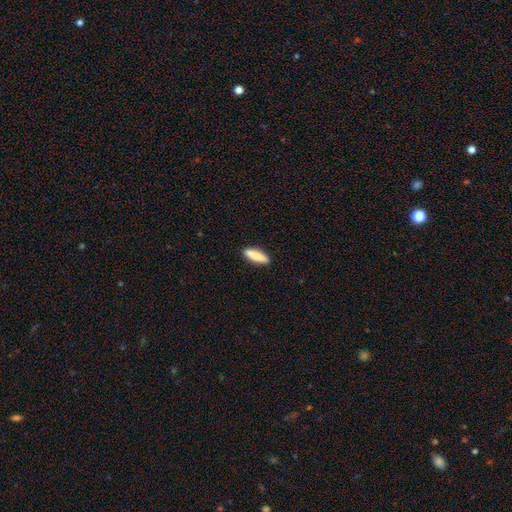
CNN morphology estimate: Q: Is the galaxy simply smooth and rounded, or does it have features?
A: smooth — 80%.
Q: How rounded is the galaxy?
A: cigar-shaped — 75%.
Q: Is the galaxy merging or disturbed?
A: none — 89%.